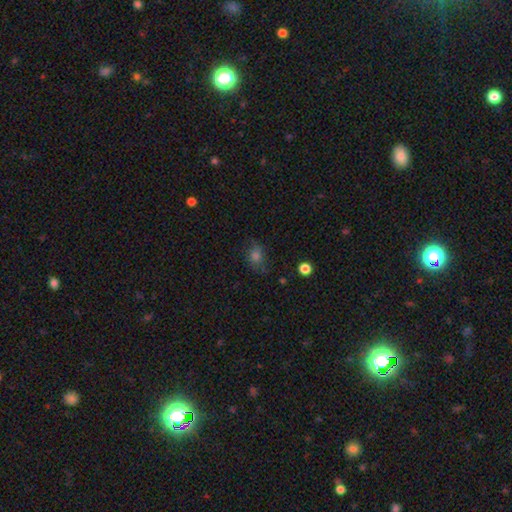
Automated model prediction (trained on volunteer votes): This appears to be a smooth galaxy with no disk features (67%) that is in between round and cigar-shaped (54%). Merging: none (68%).